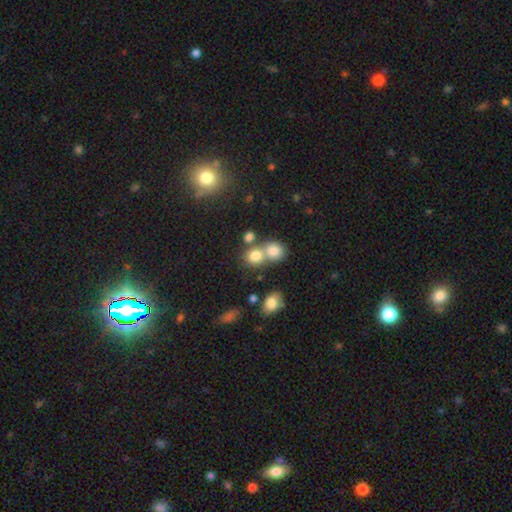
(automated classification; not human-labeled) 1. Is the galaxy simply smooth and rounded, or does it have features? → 79% smooth, 13% star or artifact, 8% featured or disk.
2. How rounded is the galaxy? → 76% round, 22% in between, 1% cigar-shaped.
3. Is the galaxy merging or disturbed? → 45% none, 44% merger, 8% minor disturbance, 4% major disturbance.